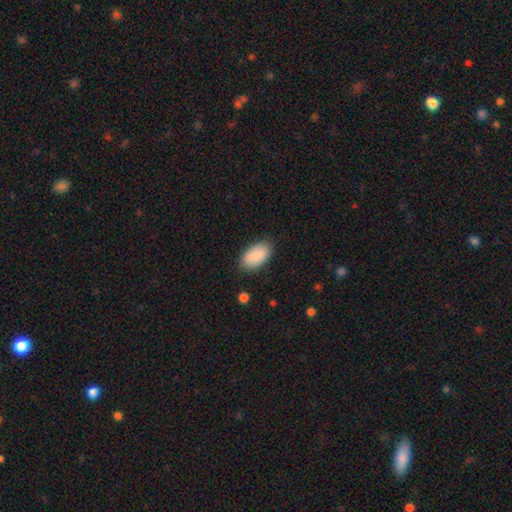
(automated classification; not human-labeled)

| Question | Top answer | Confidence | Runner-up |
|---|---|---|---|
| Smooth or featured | smooth | 88% | featured or disk (7%) |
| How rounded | in between | 95% | round (3%) |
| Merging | none | 85% | minor disturbance (11%) |